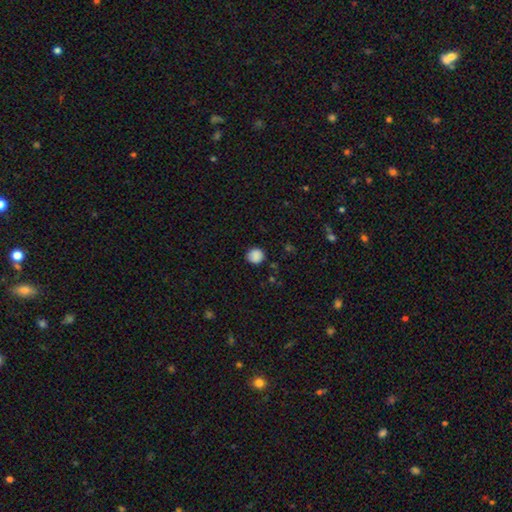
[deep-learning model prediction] smooth 87%, star or artifact 10%, featured or disk 3%. Down the decision tree: how rounded — round (90%); merging — none (84%).